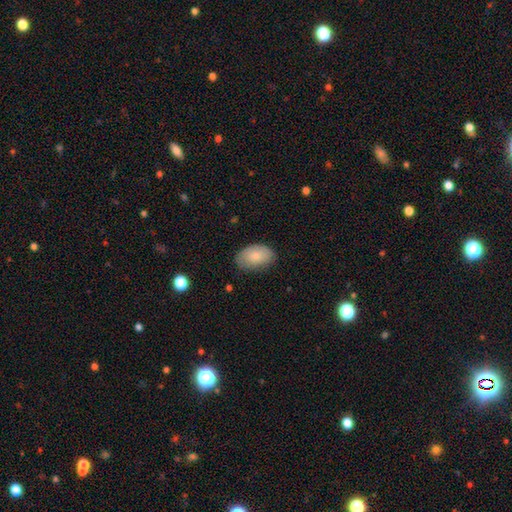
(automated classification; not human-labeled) This appears to be a smooth galaxy with no disk features (81%) that is in between round and cigar-shaped (91%). Merging: none (76%).